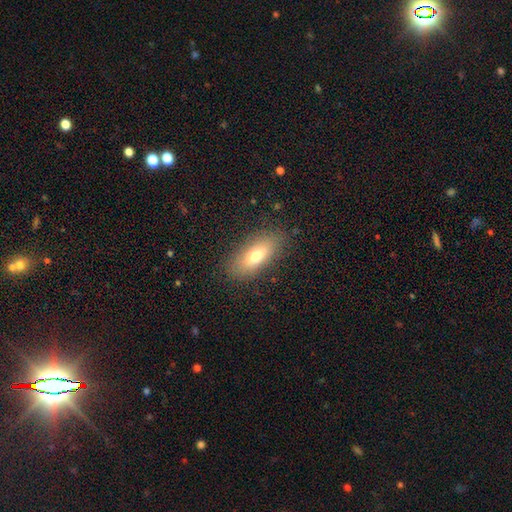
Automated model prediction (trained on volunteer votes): A smooth galaxy with no disk features (73%) that is in between round and cigar-shaped (77%). Merging: none (85%).